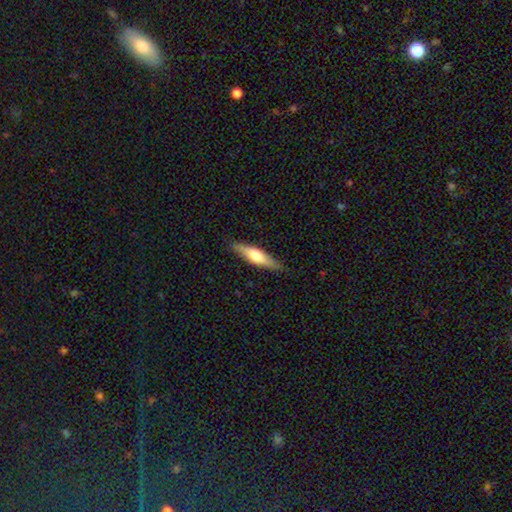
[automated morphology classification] Smooth or featured? Predicted: smooth (p=0.52). How rounded? Predicted: cigar-shaped (p=0.74). Merging? Predicted: none (p=0.87).